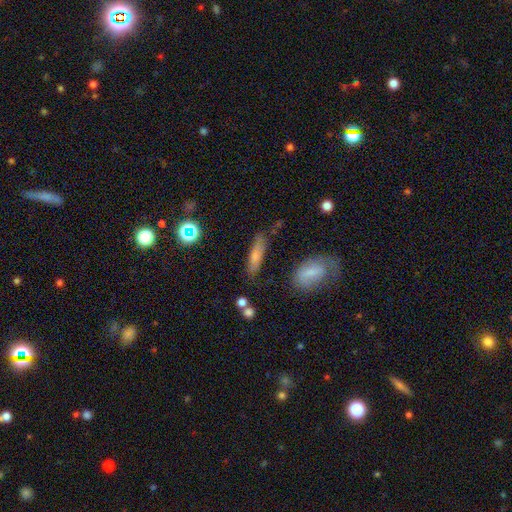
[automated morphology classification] type=smooth (72%); roundness=cigar-shaped (64%); merging=none (71%).